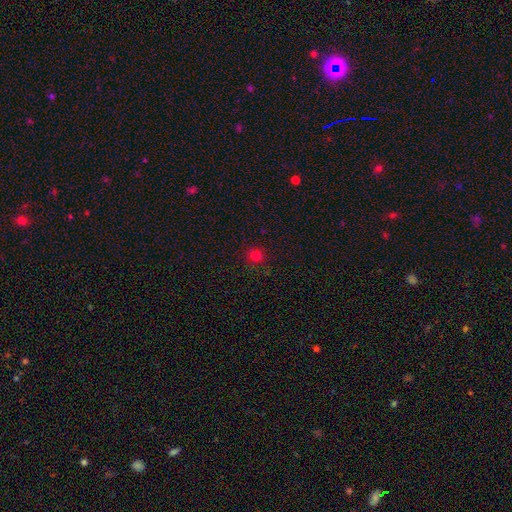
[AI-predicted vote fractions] Smooth or featured? Predicted: smooth (p=0.77). How rounded? Predicted: round (p=0.91). Merging? Predicted: none (p=0.88).